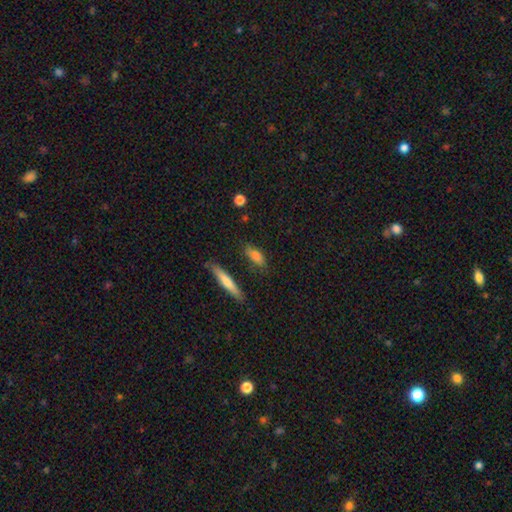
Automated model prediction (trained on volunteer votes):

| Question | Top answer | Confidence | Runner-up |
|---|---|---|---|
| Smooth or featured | smooth | 75% | featured or disk (17%) |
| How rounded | in between | 52% | cigar-shaped (43%) |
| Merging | none | 77% | minor disturbance (15%) |